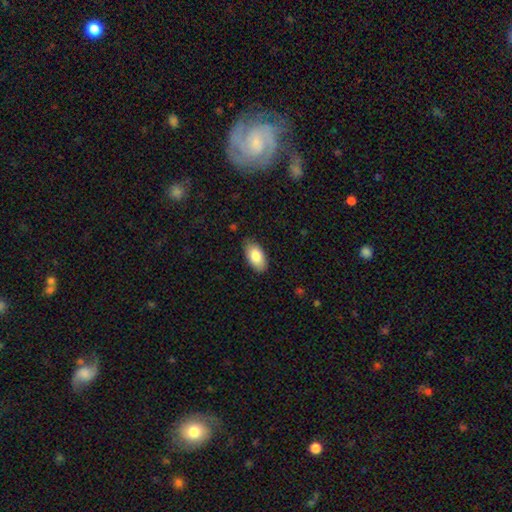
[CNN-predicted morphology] Smooth or featured: smooth — 82% (featured or disk — 12%)
How rounded: in between — 94% (round — 3%)
Merging: none — 83% (minor disturbance — 14%)